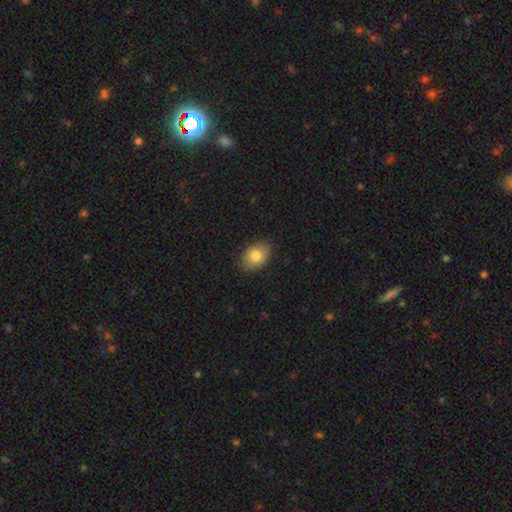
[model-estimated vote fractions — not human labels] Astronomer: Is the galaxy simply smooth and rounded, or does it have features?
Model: smooth — 82%.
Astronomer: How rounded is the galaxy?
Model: in between — 83%.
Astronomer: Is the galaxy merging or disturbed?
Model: none — 83%.